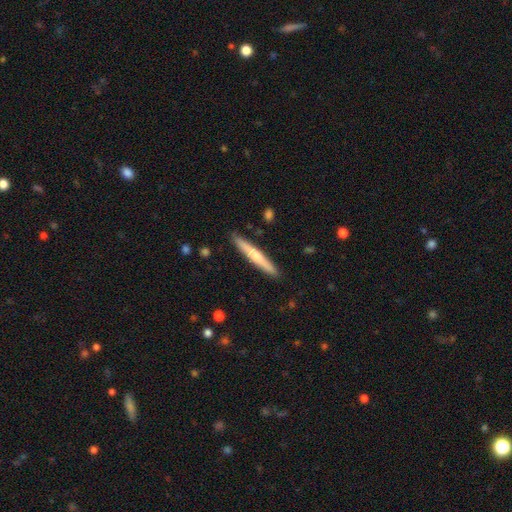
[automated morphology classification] smooth_or_featured: smooth (p=0.52) [alt: featured or disk p=0.42]
how_rounded: cigar-shaped (p=0.95) [alt: in between p=0.04]
merging: none (p=0.91) [alt: minor disturbance p=0.07]